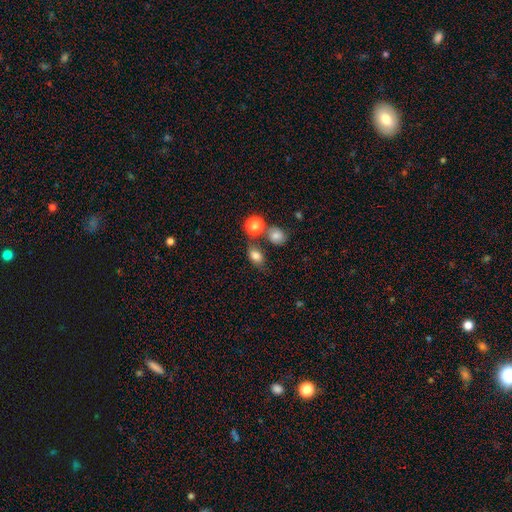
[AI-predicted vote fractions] smooth 80%, star or artifact 11%, featured or disk 9%. Down the decision tree: how rounded — in between (71%); merging — none (64%).